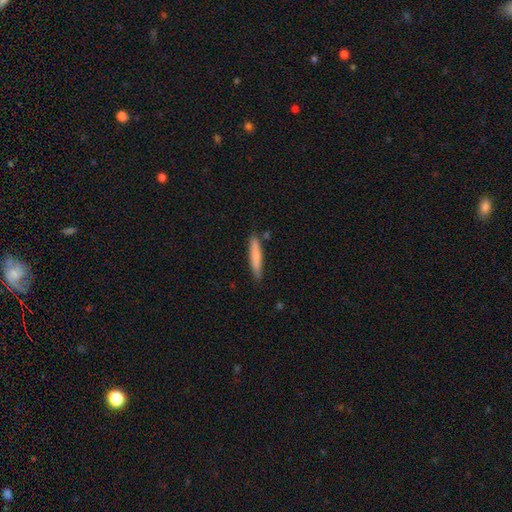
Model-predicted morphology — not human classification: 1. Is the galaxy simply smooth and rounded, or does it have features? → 75% smooth, 19% featured or disk, 6% star or artifact.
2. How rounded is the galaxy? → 92% cigar-shaped, 7% in between, 1% round.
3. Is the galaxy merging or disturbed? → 82% none, 12% minor disturbance, 3% merger, 2% major disturbance.